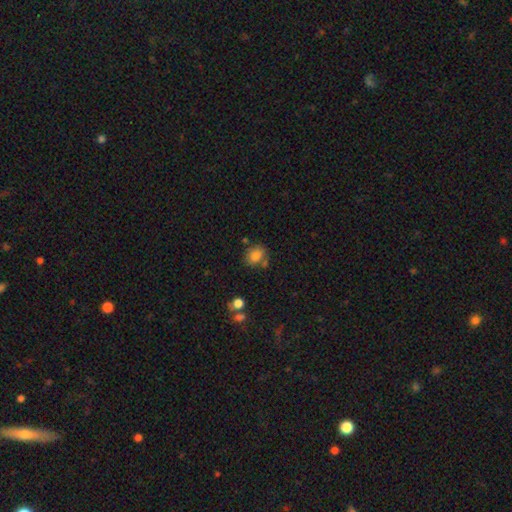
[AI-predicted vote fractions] A smooth galaxy with no disk features (80%) that is in between round and cigar-shaped (53%).

Vote fractions:
- Smooth or featured? smooth: 80% / star or artifact: 11% / featured or disk: 10%
- How rounded? in between: 53% / round: 45% / cigar-shaped: 1%
- Merging? none: 67% / minor disturbance: 16% / merger: 12% / major disturbance: 5%